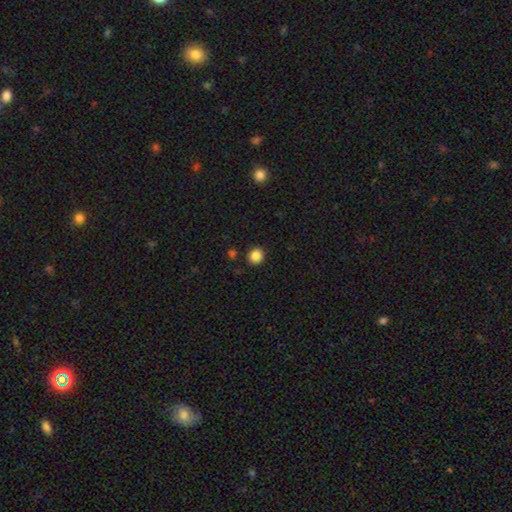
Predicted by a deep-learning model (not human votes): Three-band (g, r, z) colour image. It shows a smooth galaxy with no disk features (86%) that is round (89%). Merging: none (91%).